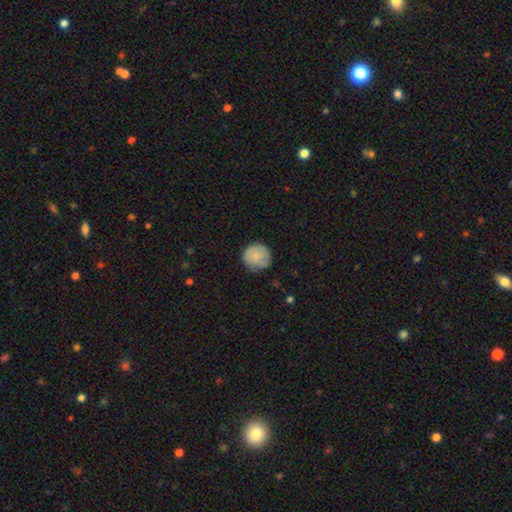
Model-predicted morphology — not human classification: Overall: smooth (80%). How rounded: round (91%). Merging: none (75%).